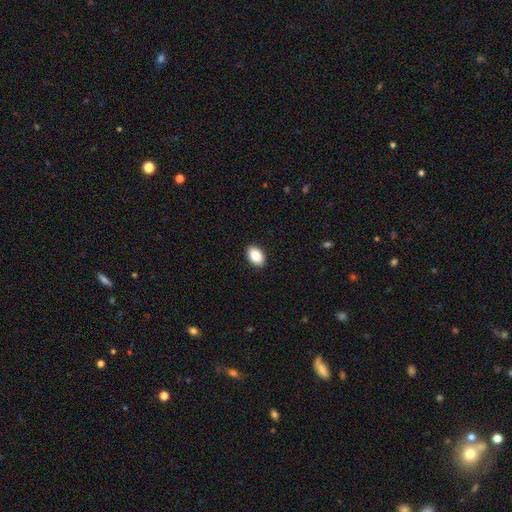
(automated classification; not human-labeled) Morphology: type=smooth (87%); roundness=in between (89%); merging=none (91%).